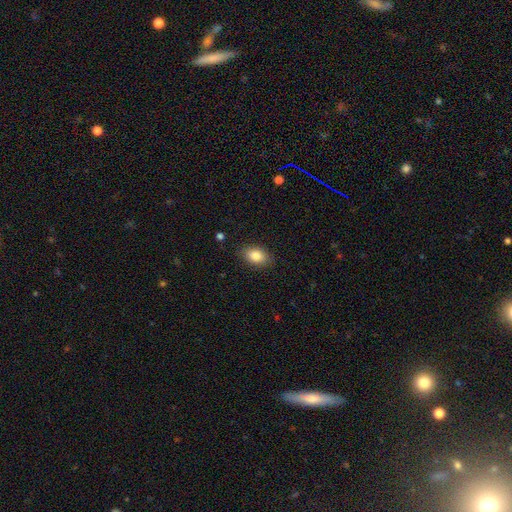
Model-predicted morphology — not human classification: Overall: smooth (85%). How rounded: in between (82%). Merging: none (86%).